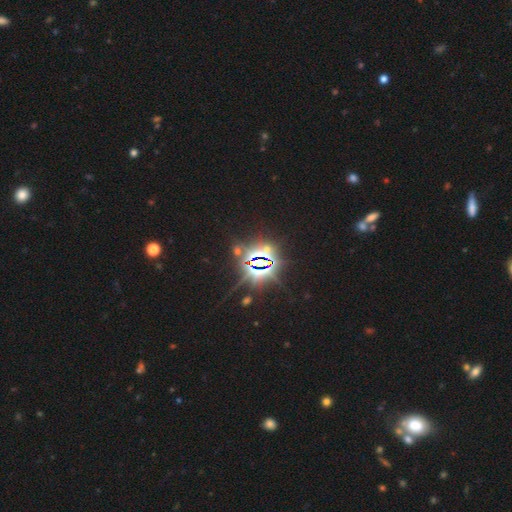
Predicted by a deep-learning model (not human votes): Smooth or featured?
  - star or artifact: 86% *
  - smooth: 8%
  - featured or disk: 7%